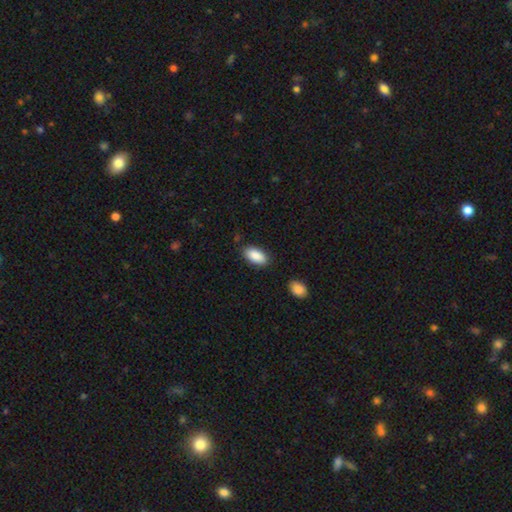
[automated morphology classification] A smooth galaxy with no disk features (90%) that is in between round and cigar-shaped (93%). Merging: none (84%).